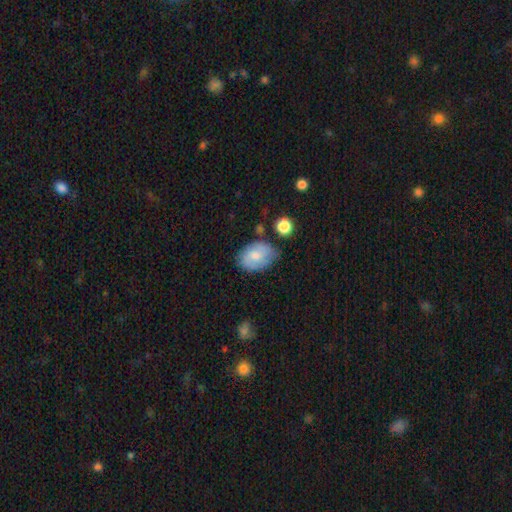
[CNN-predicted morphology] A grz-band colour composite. It shows a smooth galaxy with no disk features (66%) that is in between round and cigar-shaped (78%). Merging: none (61%).